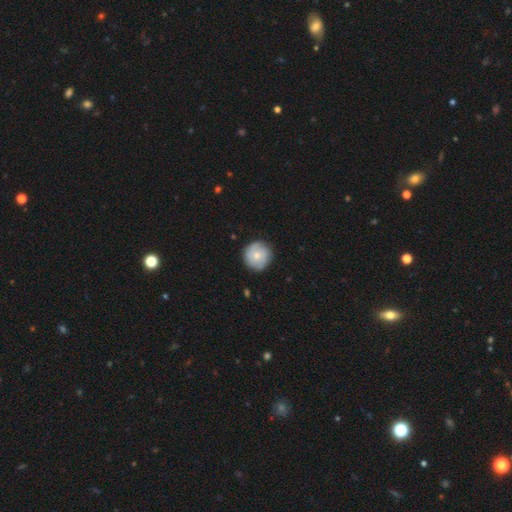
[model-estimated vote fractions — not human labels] A smooth galaxy with no disk features (64%) that is round (94%).

Vote fractions:
- Smooth or featured? smooth: 64% / featured or disk: 29% / star or artifact: 7%
- How rounded? round: 94% / in between: 5% / cigar-shaped: 1%
- Merging? none: 85% / minor disturbance: 12% / major disturbance: 2% / merger: 1%